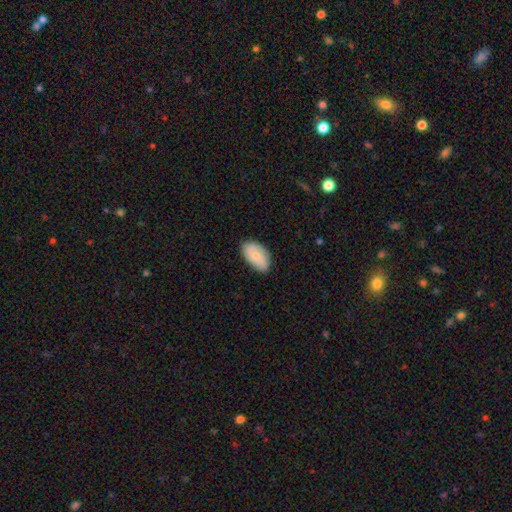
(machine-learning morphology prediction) Smooth or featured? Predicted: smooth (p=0.77). How rounded? Predicted: in between (p=0.94). Merging? Predicted: none (p=0.80).